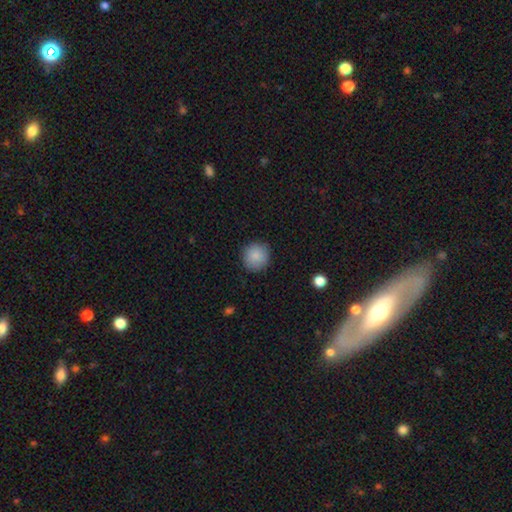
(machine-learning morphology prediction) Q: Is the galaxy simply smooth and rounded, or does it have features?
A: smooth — 87%.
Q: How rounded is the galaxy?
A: round — 92%.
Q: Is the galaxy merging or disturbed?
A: none — 88%.